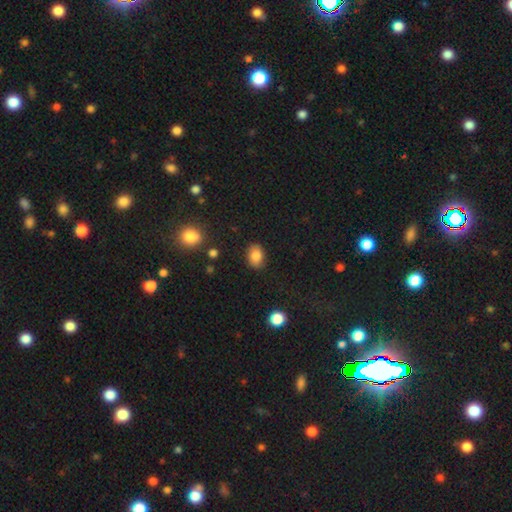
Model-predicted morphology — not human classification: Smooth or featured: smooth — 84% (star or artifact — 9%)
How rounded: in between — 73% (round — 26%)
Merging: none — 85% (minor disturbance — 11%)